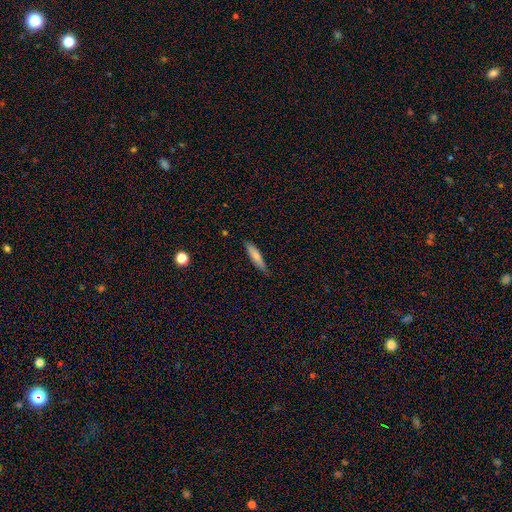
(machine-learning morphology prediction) A smooth galaxy with no disk features (75%) that is cigar-shaped (80%). Merging: none (81%).